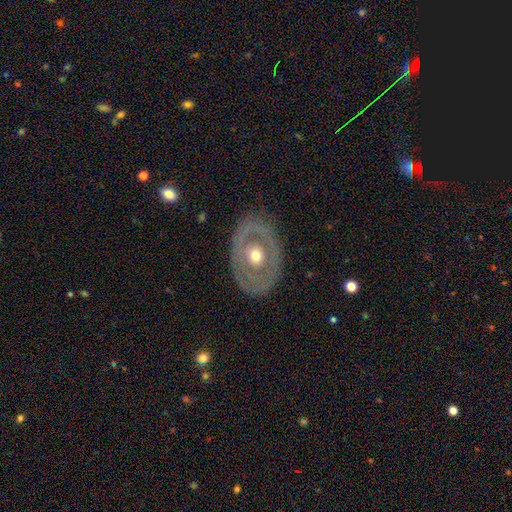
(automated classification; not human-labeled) Smooth or featured? featured or disk (68%)
Edge-on disk? no (93%)
Bar? no (85%)
Spiral arms? no (76%)
Bulge size? moderate (74%)
Merging? none (80%)